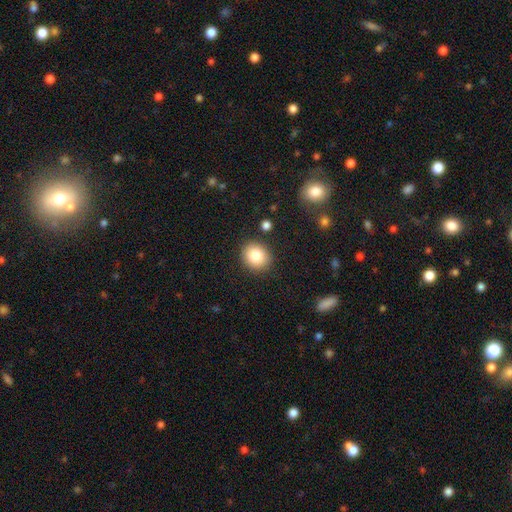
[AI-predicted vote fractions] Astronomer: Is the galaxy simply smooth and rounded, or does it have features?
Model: smooth — 83%.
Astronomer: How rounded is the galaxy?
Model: round — 78%.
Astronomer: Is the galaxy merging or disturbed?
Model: none — 88%.